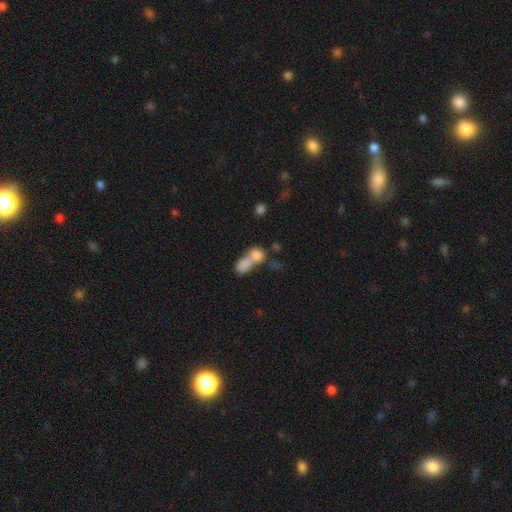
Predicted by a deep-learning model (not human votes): A smooth galaxy with no disk features (78%) that is in between round and cigar-shaped (61%). Merging: merger (73%).